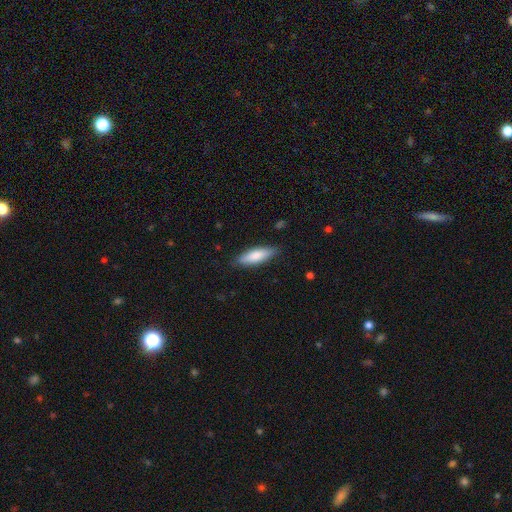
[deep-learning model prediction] Q: Smooth or featured?
A: smooth (79%); runner-up: featured or disk (15%)
Q: How rounded?
A: cigar-shaped (50%); runner-up: in between (48%)
Q: Merging?
A: none (85%); runner-up: minor disturbance (12%)